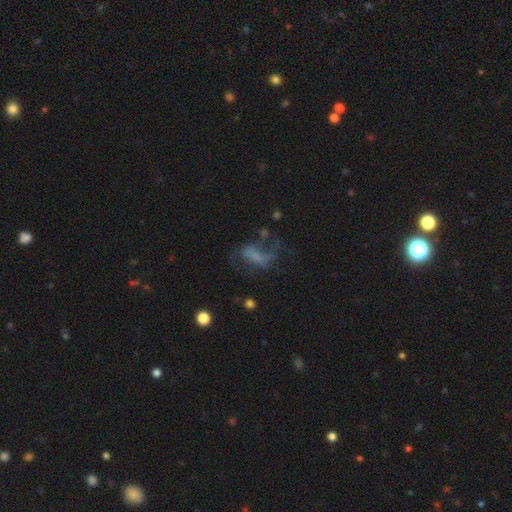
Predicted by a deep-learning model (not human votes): A featured or disk galaxy (44%).

Vote fractions:
- Smooth or featured? featured or disk: 44% / smooth: 38% / star or artifact: 19%
- Merging? major disturbance: 42% / none: 32% / minor disturbance: 18% / merger: 8%